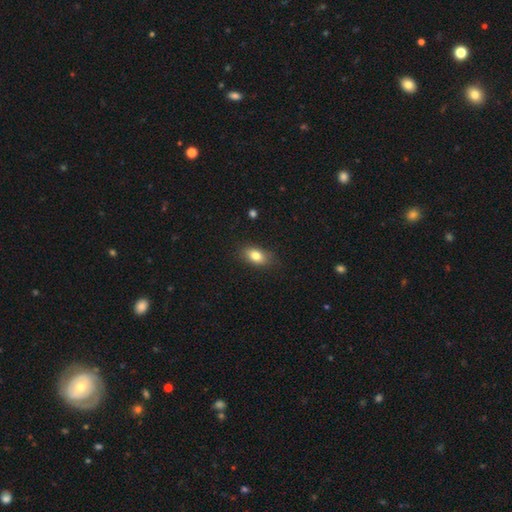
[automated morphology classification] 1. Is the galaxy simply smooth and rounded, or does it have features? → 81% smooth, 10% featured or disk, 9% star or artifact.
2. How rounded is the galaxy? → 85% in between, 11% round, 4% cigar-shaped.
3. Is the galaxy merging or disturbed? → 82% none, 14% minor disturbance, 3% major disturbance, 1% merger.